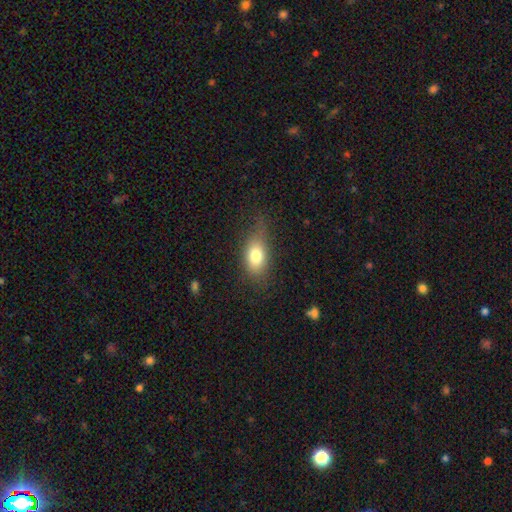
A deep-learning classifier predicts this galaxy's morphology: Smooth or featured: smooth — 77% (featured or disk — 13%)
How rounded: in between — 83% (round — 11%)
Merging: none — 63% (minor disturbance — 26%)